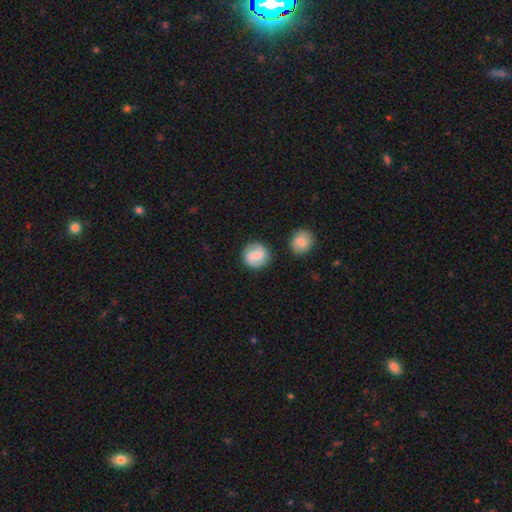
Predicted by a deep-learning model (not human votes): smooth-or-featured: smooth: 54% | featured or disk: 39% | star or artifact: 7%
  how-rounded: round: 89% | in between: 10% | cigar-shaped: 1%
  merging: none: 80% | minor disturbance: 11% | merger: 6% | major disturbance: 3%